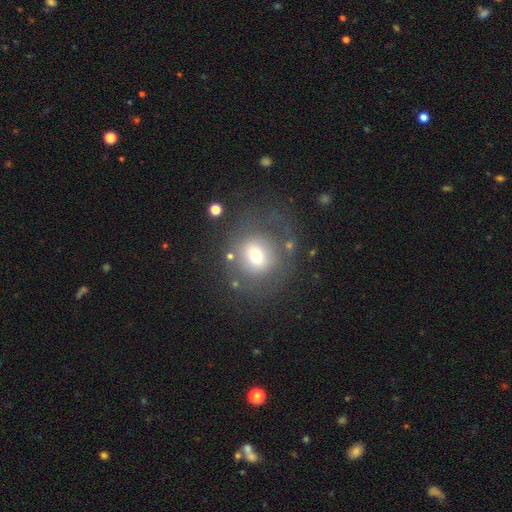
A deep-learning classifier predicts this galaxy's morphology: Smooth or featured?
  - smooth: 61% *
  - featured or disk: 26%
  - star or artifact: 13%
How rounded?
  - round: 86% *
  - in between: 13%
  - cigar-shaped: 1%
Merging?
  - none: 66% *
  - minor disturbance: 16%
  - major disturbance: 14%
  - merger: 4%